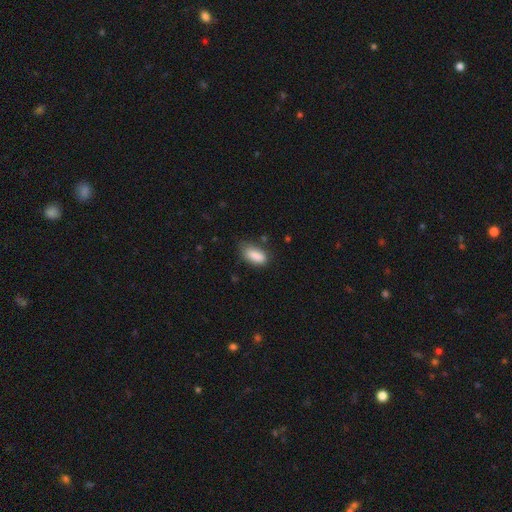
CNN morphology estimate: Q: Smooth or featured?
A: smooth (87%); runner-up: star or artifact (7%)
Q: How rounded?
A: in between (88%); runner-up: cigar-shaped (9%)
Q: Merging?
A: none (60%); runner-up: minor disturbance (30%)